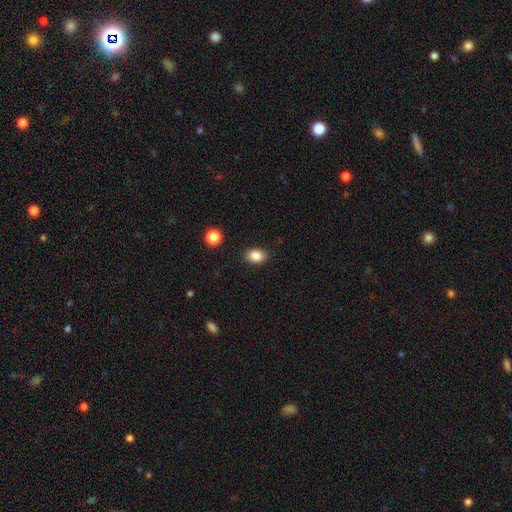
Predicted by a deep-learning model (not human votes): This is clearly a smooth galaxy (86%). How rounded: likely in between (75%). Merging: clearly none (88%).